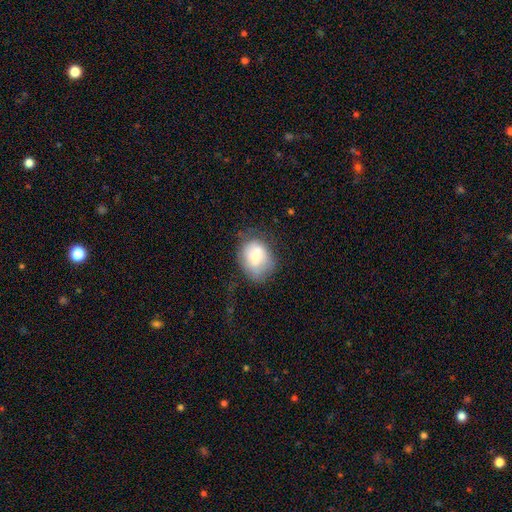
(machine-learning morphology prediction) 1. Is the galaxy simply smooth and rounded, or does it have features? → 66% smooth, 26% featured or disk, 8% star or artifact.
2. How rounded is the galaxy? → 52% in between, 47% round, 1% cigar-shaped.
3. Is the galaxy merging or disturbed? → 56% none, 27% minor disturbance, 14% major disturbance, 2% merger.